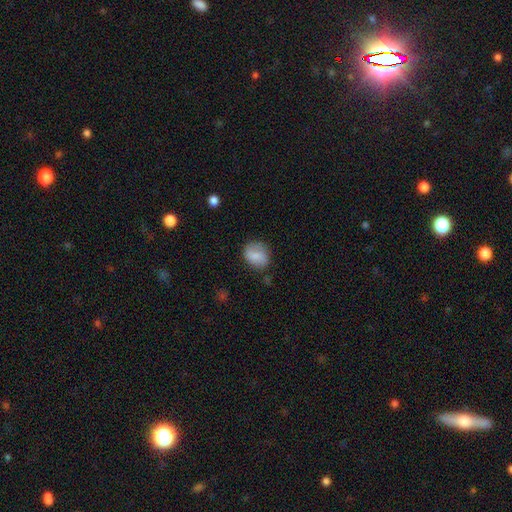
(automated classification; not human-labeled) The model was most divided on "how rounded": round: 56%, in between: 43%, cigar-shaped: 1%. More confident: smooth or featured — smooth (75%); merging — none (67%).